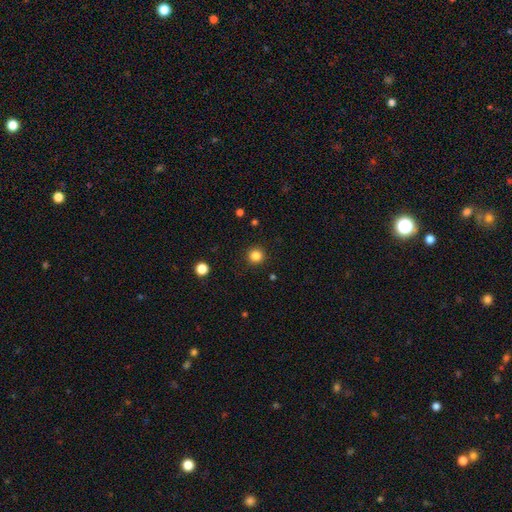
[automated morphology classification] Smooth or featured?
  - smooth: 84% *
  - star or artifact: 12%
  - featured or disk: 4%
How rounded?
  - round: 95% *
  - in between: 4%
  - cigar-shaped: 1%
Merging?
  - none: 92% *
  - minor disturbance: 5%
  - major disturbance: 2%
  - merger: 1%